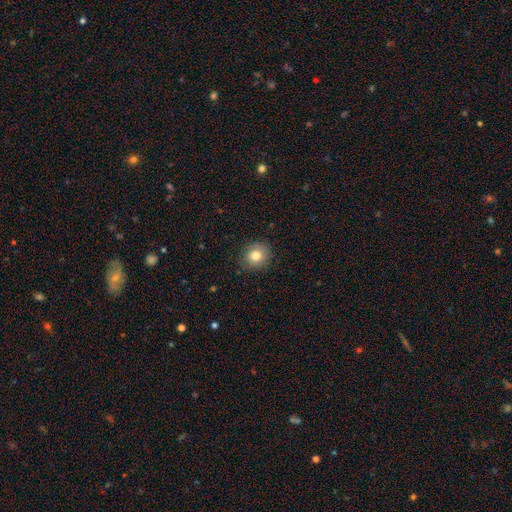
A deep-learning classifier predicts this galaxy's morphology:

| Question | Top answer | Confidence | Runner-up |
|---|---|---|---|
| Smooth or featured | smooth | 81% | featured or disk (10%) |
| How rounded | round | 76% | in between (23%) |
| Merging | none | 86% | minor disturbance (11%) |